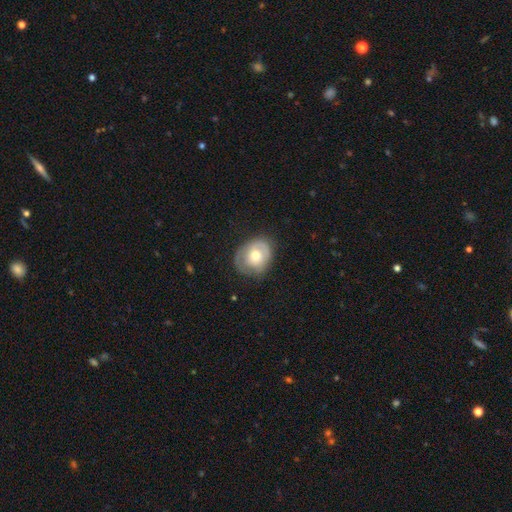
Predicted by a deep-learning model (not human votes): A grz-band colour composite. It shows a smooth galaxy with no disk features (52%) that is round (59%). Merging: none (62%).